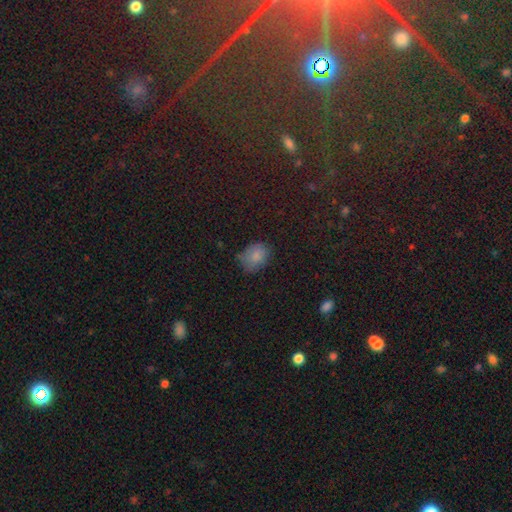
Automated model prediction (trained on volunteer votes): Overall: smooth (82%). How rounded: in between (60%; round 39%). Merging: none (64%; minor disturbance 27%).